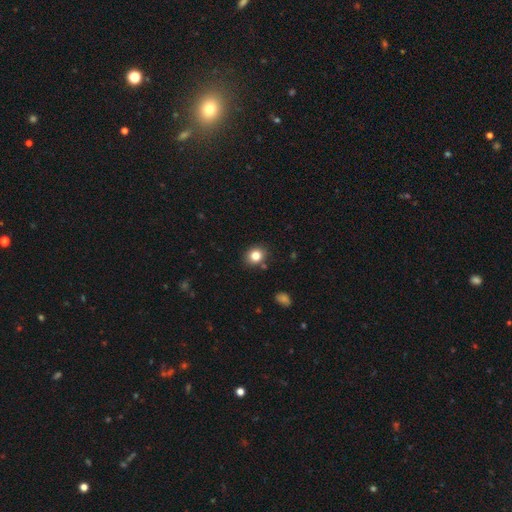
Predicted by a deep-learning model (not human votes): Smooth or featured? Predicted: smooth (p=0.82). How rounded? Predicted: round (p=0.70). Merging? Predicted: none (p=0.85).